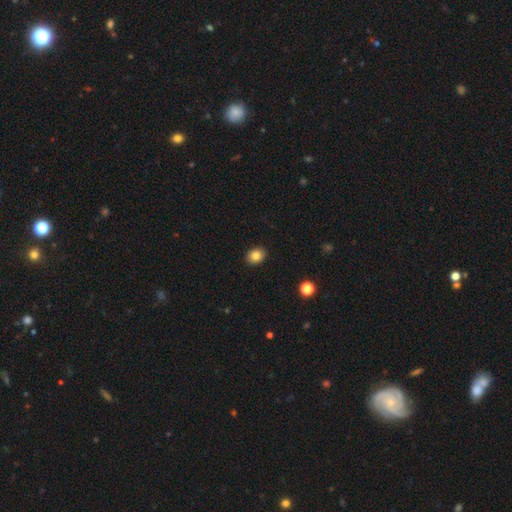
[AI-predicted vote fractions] smooth 84%, star or artifact 10%, featured or disk 7%. Down the decision tree: how rounded — in between (58%); merging — none (91%).